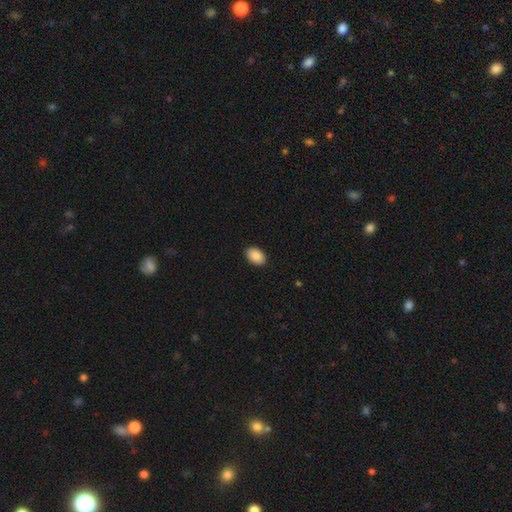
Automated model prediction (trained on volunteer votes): This is clearly a smooth galaxy (90%). How rounded: clearly in between (85%). Merging: clearly none (91%).